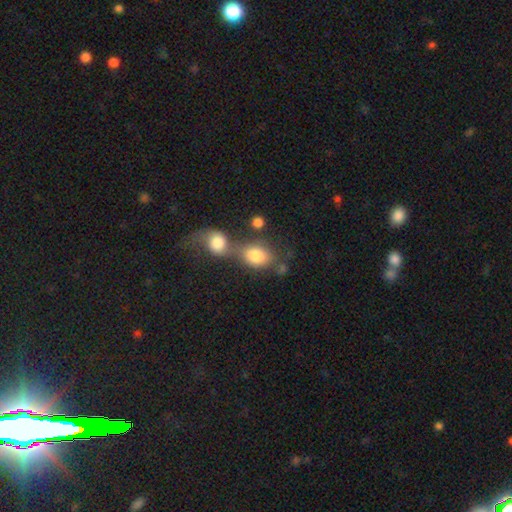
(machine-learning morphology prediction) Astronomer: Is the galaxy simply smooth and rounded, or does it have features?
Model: smooth — 80%.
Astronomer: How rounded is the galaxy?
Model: in between — 61% (runner-up: round, 37%).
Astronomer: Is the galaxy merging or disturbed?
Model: merger — 56%.